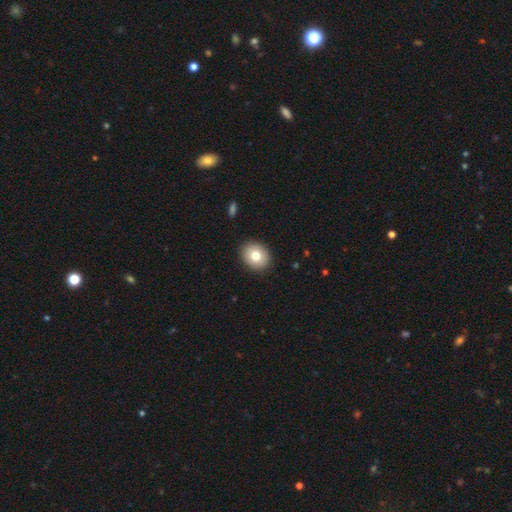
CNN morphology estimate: Smooth or featured? smooth (76%)
How rounded? round (62%)
Merging? none (90%)